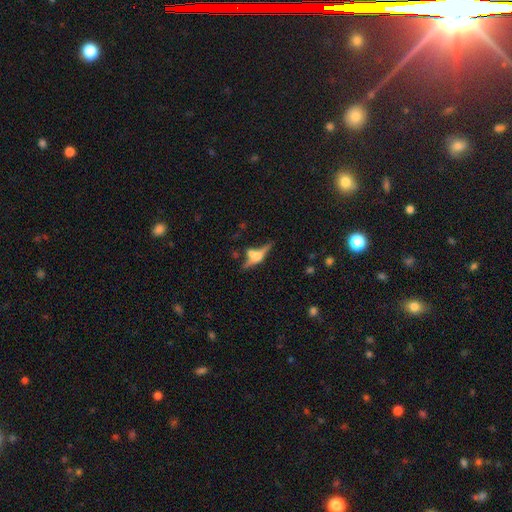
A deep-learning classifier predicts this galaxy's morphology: Overall: featured or disk (63%; smooth 27%). Edge-on disk: yes (90%). Edge-on bulge: rounded (88%). Merging: none (57%; merger 21%).